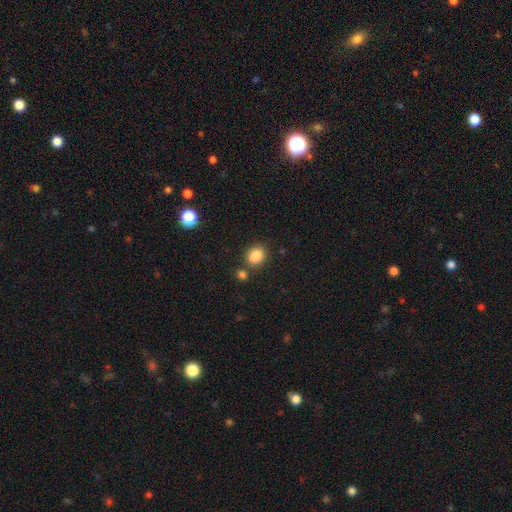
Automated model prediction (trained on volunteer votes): A smooth galaxy with no disk features (86%) that is round (55%). Merging: none (74%).